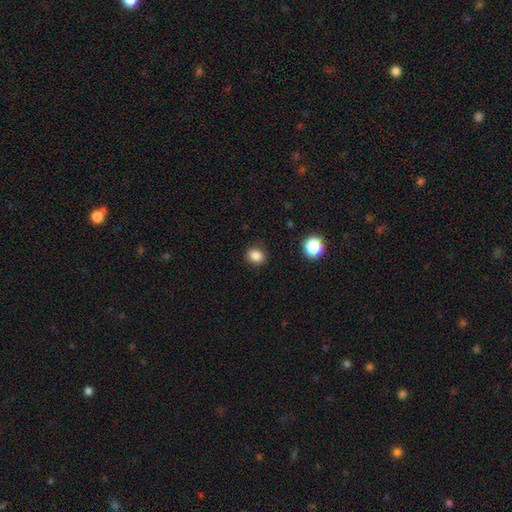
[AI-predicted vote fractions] Q: Smooth or featured?
A: smooth (84%); runner-up: star or artifact (12%)
Q: How rounded?
A: round (66%); runner-up: in between (33%)
Q: Merging?
A: none (87%); runner-up: minor disturbance (9%)